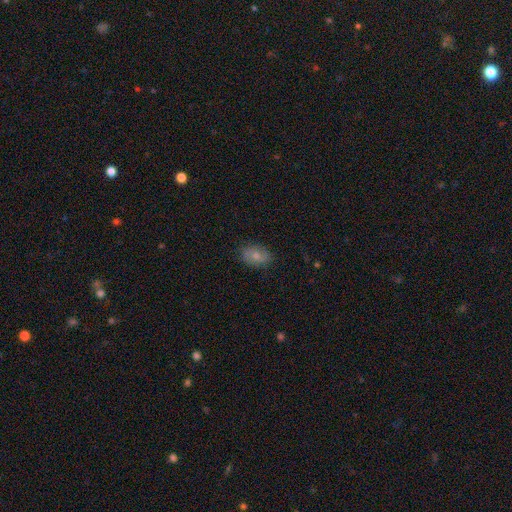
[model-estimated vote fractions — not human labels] smooth_or_featured: smooth (p=0.62) [alt: featured or disk p=0.29]
how_rounded: in between (p=0.82) [alt: round p=0.17]
merging: none (p=0.79) [alt: minor disturbance p=0.15]